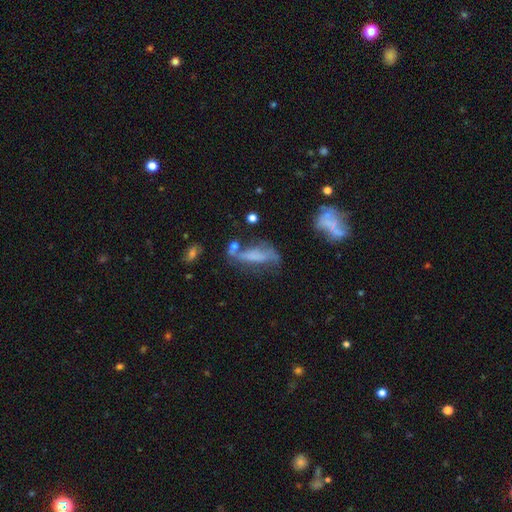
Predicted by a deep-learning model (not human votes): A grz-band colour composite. It shows a smooth galaxy with no disk features (45%). Merging: none (34%).